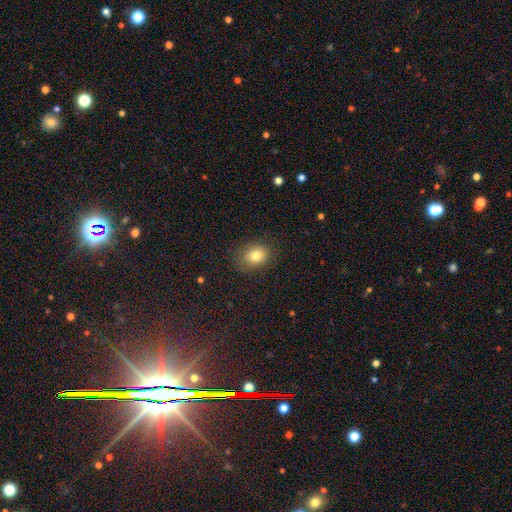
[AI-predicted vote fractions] smooth_or_featured: smooth (p=0.79) [alt: star or artifact p=0.11]
how_rounded: in between (p=0.56) [alt: round p=0.43]
merging: none (p=0.80) [alt: minor disturbance p=0.14]